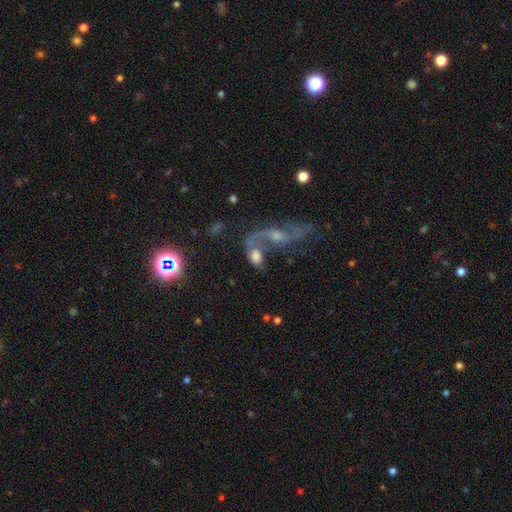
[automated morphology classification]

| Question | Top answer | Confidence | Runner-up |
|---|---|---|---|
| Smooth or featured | smooth | 47% | featured or disk (40%) |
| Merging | merger | 50% | none (25%) |